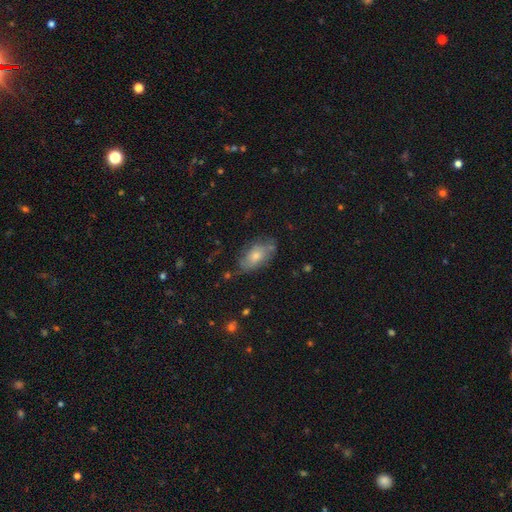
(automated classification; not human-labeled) A smooth galaxy with no disk features (60%) that is in between round and cigar-shaped (90%). Merging: none (61%).